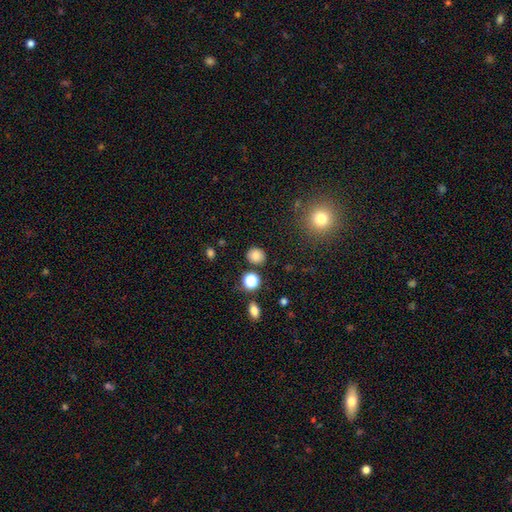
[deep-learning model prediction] smooth 81%, star or artifact 14%, featured or disk 6%. Down the decision tree: how rounded — round (78%); merging — none (86%).